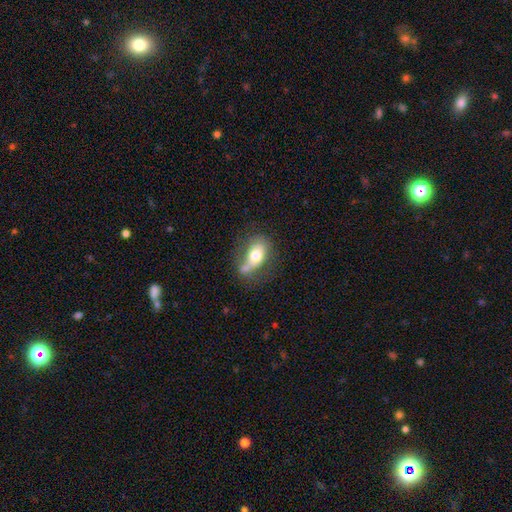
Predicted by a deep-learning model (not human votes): Q: Smooth or featured?
A: smooth (64%); runner-up: featured or disk (28%)
Q: How rounded?
A: in between (82%); runner-up: round (12%)
Q: Merging?
A: none (39%); runner-up: merger (24%)